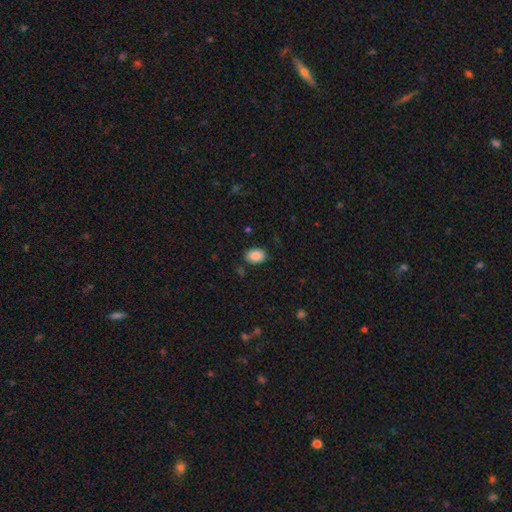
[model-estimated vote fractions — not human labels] Q: Smooth or featured?
A: smooth (88%); runner-up: star or artifact (8%)
Q: How rounded?
A: in between (81%); runner-up: round (18%)
Q: Merging?
A: none (85%); runner-up: minor disturbance (11%)